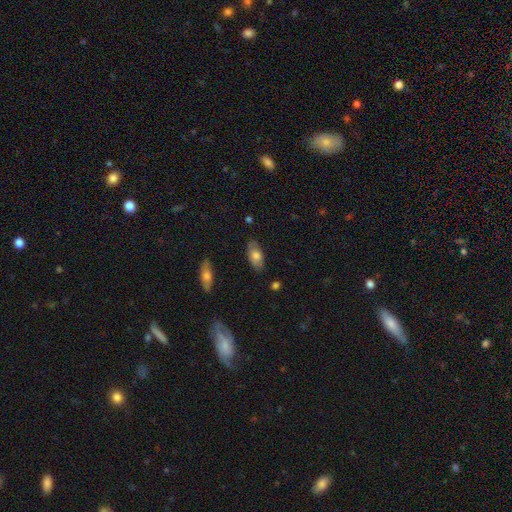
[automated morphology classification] Smooth or featured? smooth (69%)
How rounded? in between (90%)
Merging? none (81%)